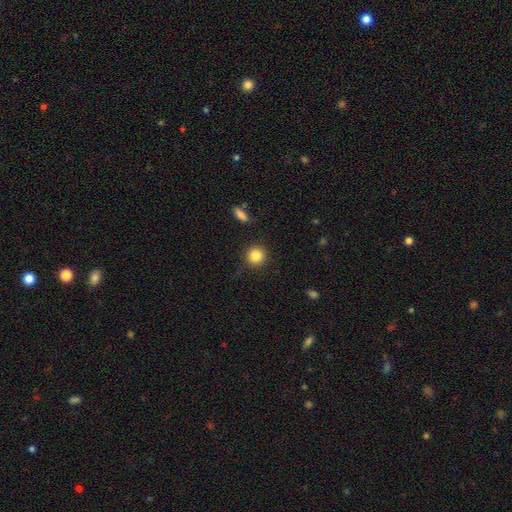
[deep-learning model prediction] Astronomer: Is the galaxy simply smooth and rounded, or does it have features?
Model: smooth — 86%.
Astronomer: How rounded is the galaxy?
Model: round — 92%.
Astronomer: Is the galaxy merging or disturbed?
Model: none — 87%.